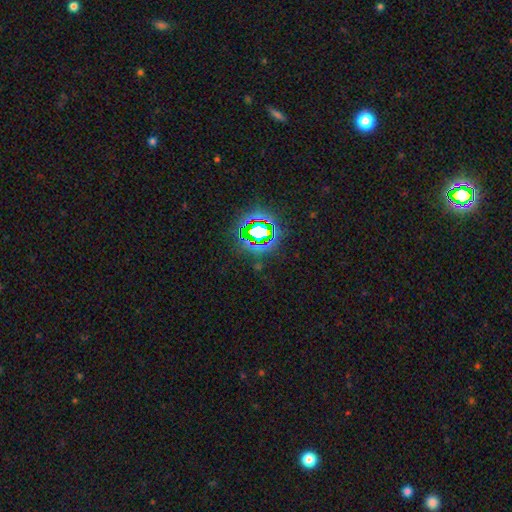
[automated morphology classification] This appears to be a star or artifact, not a galaxy (80%).